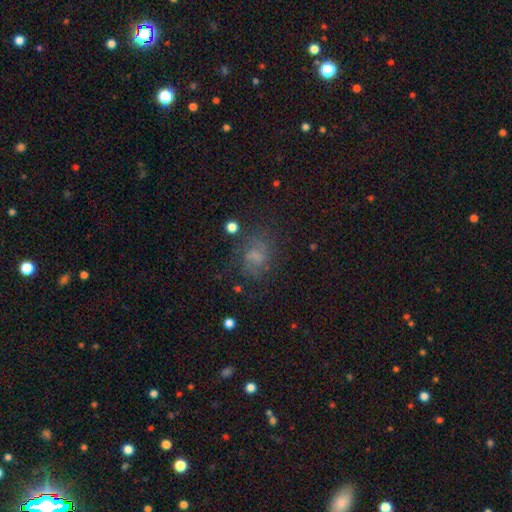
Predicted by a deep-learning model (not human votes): Q: Smooth or featured?
A: smooth (44%); runner-up: featured or disk (39%)
Q: Merging?
A: none (58%); runner-up: minor disturbance (21%)